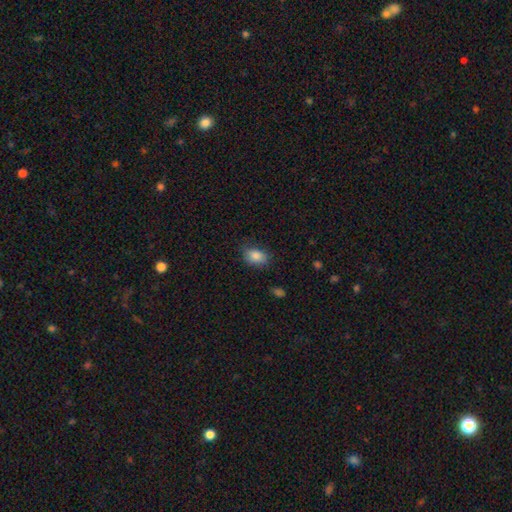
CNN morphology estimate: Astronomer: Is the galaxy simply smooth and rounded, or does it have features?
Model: smooth — 86%.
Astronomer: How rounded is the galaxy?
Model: in between — 81%.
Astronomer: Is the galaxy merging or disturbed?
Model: none — 75%.